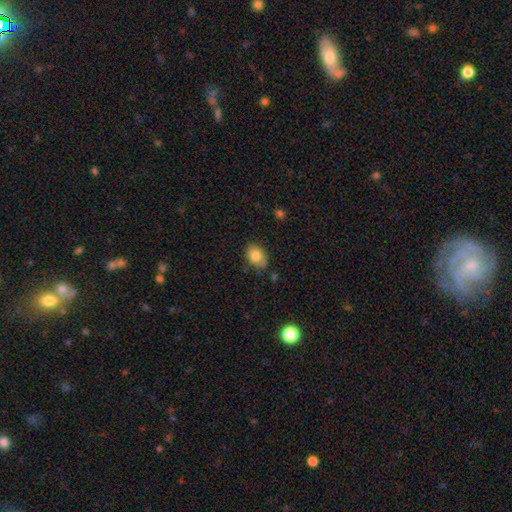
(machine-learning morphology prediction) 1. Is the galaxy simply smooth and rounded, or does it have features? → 81% smooth, 12% featured or disk, 8% star or artifact.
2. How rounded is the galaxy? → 82% in between, 17% round, 1% cigar-shaped.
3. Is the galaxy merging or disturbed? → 77% none, 18% minor disturbance, 3% major disturbance, 2% merger.